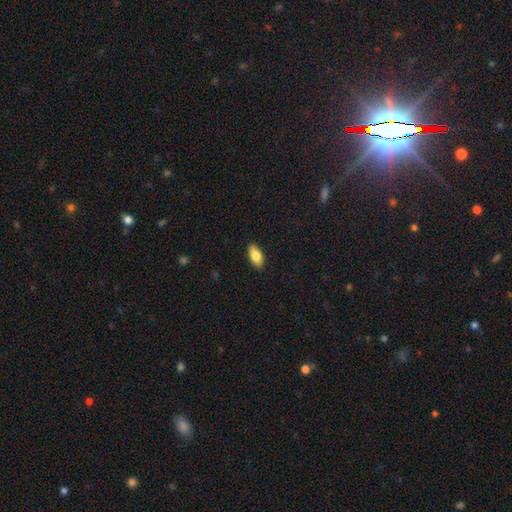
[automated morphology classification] smooth-or-featured: smooth: 82% | featured or disk: 11% | star or artifact: 7%
  how-rounded: in between: 90% | cigar-shaped: 7% | round: 3%
  merging: none: 89% | minor disturbance: 8% | major disturbance: 2% | merger: 1%